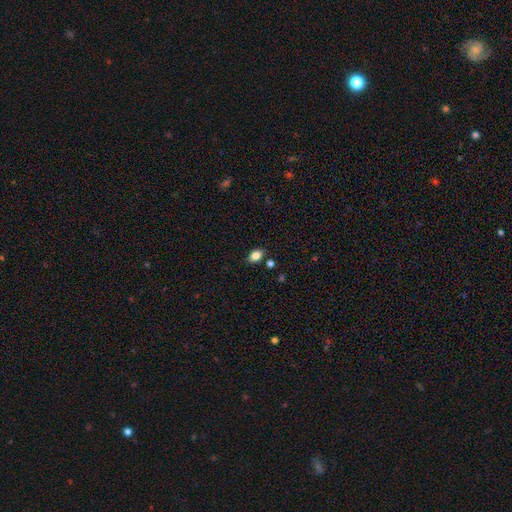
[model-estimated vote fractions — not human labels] Morphology: type=smooth (83%); roundness=in between (84%); merging=none (84%).